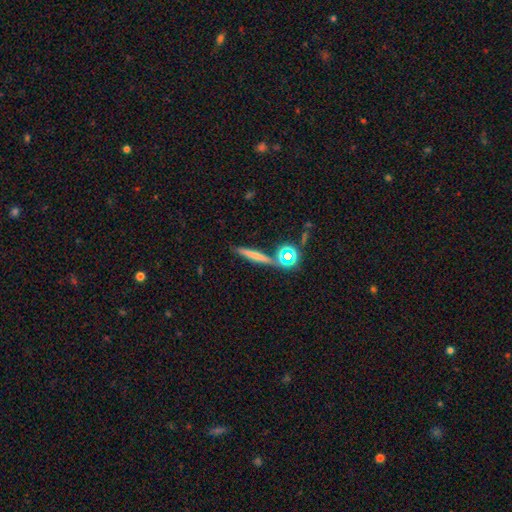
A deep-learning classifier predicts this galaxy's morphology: smooth 59%, featured or disk 26%, star or artifact 14%. Down the decision tree: how rounded — cigar-shaped (87%); merging — none (75%).